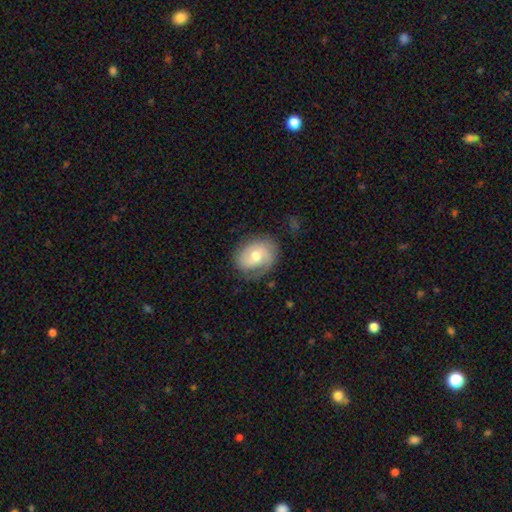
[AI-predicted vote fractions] Smooth or featured: featured or disk — 50% (smooth — 43%)
Merging: none — 66% (minor disturbance — 23%)